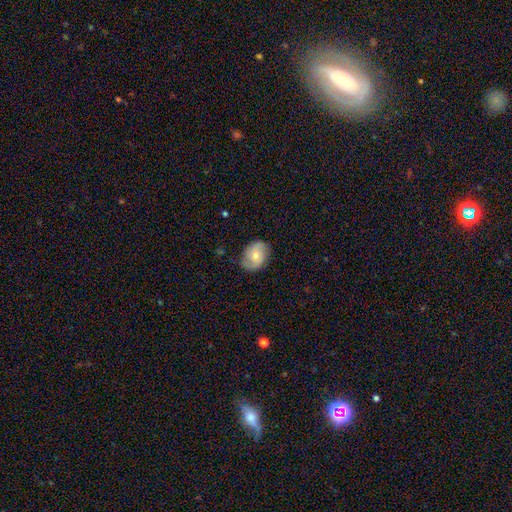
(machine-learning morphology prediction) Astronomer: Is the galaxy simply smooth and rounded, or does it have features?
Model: smooth — 47% (runner-up: featured or disk, 46%).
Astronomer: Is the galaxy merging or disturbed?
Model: none — 77%.